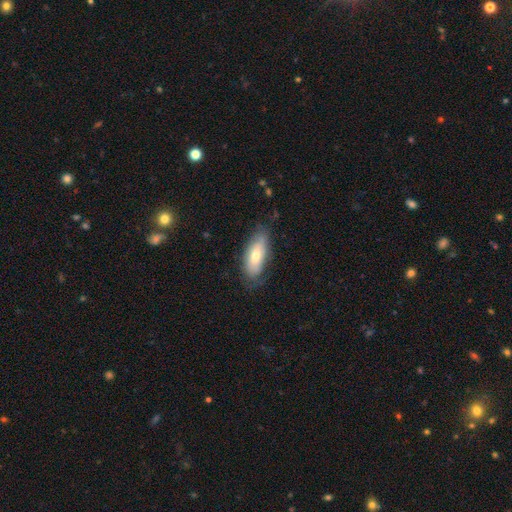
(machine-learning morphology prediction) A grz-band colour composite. It shows a smooth galaxy with no disk features (62%) that is in between round and cigar-shaped (78%). Merging: none (72%).